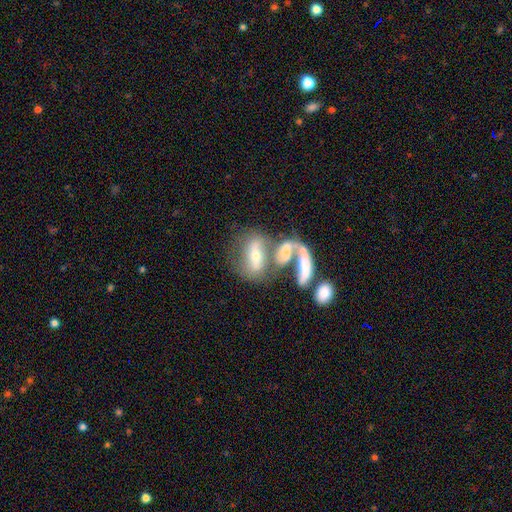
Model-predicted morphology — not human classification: Overall: featured or disk (57%; smooth 33%). Edge-on disk: no (84%). Merging: merger (54%; none 24%).